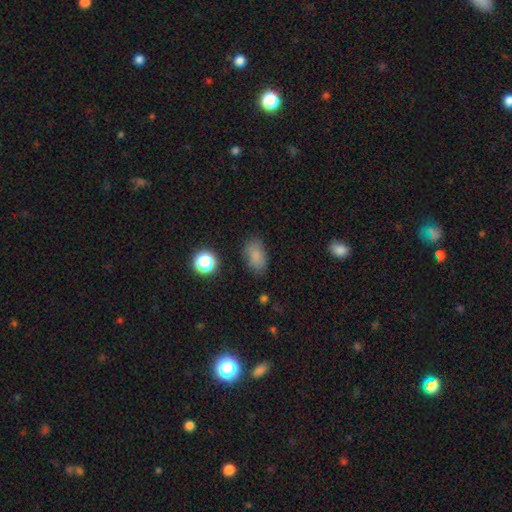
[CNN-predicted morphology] A smooth galaxy with no disk features (81%) that is in between round and cigar-shaped (87%). Merging: none (78%).